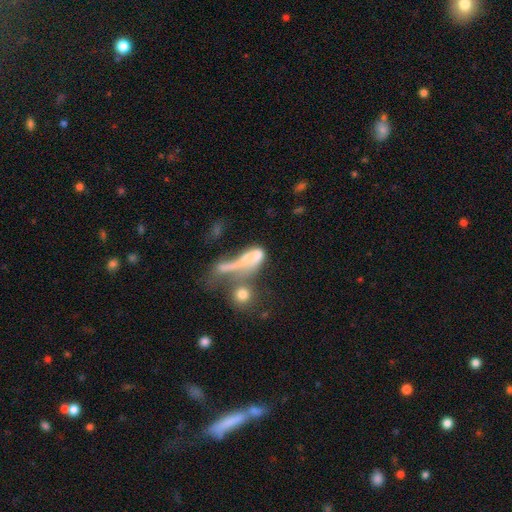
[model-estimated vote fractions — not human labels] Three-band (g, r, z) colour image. It shows a smooth galaxy with no disk features (47%). Merging: merger (46%).